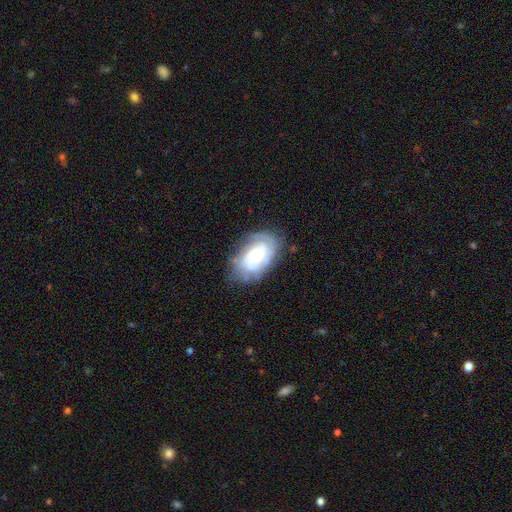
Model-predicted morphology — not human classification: This appears to be a featured or disk galaxy (63%) with no bar (68%), spiral arms (81%) and a moderate central bulge (45%). Merging: none (68%).